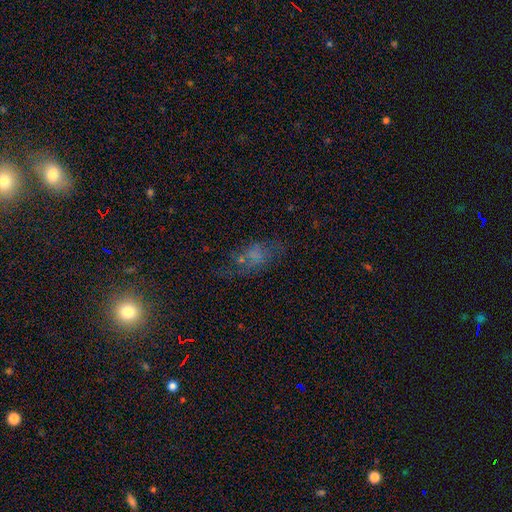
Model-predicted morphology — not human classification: A smooth galaxy with no disk features (43%).

Vote fractions:
- Smooth or featured? smooth: 43% / featured or disk: 37% / star or artifact: 20%
- Merging? none: 44% / major disturbance: 27% / minor disturbance: 24% / merger: 5%